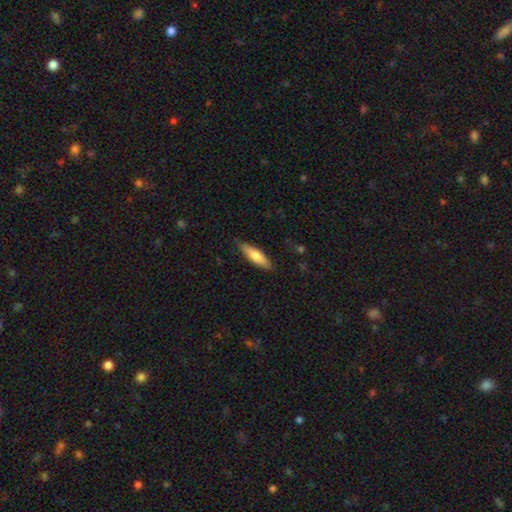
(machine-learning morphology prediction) A smooth galaxy with no disk features (73%) that is cigar-shaped (65%). Merging: none (85%).